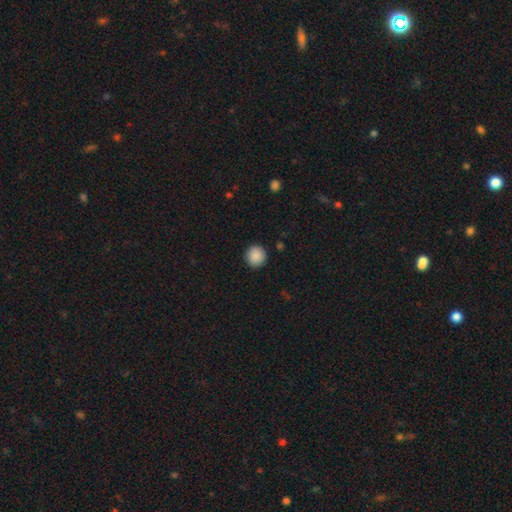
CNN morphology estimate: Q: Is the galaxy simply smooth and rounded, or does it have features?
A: smooth — 89%.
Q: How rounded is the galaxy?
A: round — 93%.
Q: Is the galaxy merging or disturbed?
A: none — 91%.